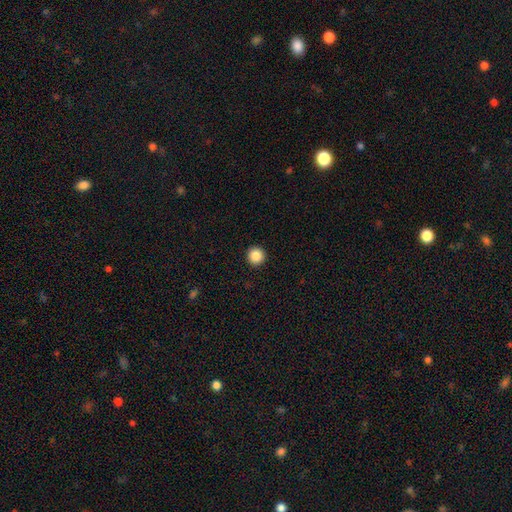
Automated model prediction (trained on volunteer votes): This is clearly a smooth galaxy (87%). How rounded: clearly round (96%). Merging: clearly none (94%).